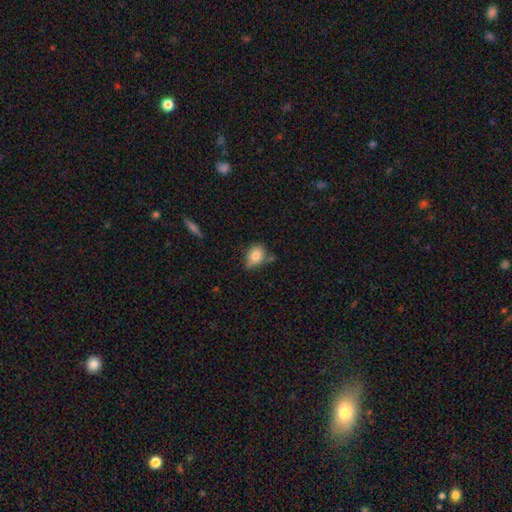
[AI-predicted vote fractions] Smooth or featured? smooth (83%)
How rounded? in between (62%)
Merging? none (58%)